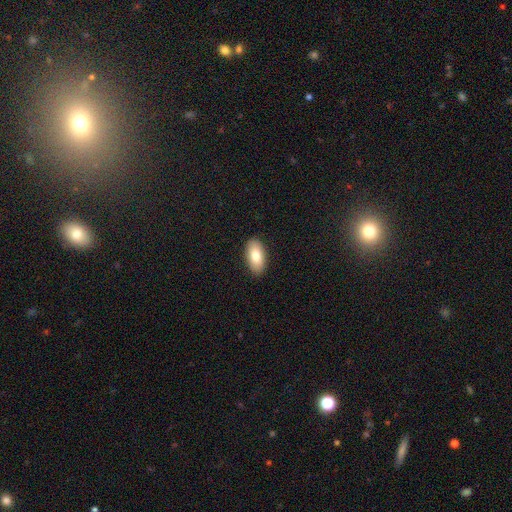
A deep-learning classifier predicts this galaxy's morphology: A smooth galaxy with no disk features (82%) that is in between round and cigar-shaped (94%).

Vote fractions:
- Smooth or featured? smooth: 82% / featured or disk: 12% / star or artifact: 6%
- How rounded? in between: 94% / cigar-shaped: 3% / round: 3%
- Merging? none: 90% / minor disturbance: 8% / major disturbance: 2% / merger: 1%